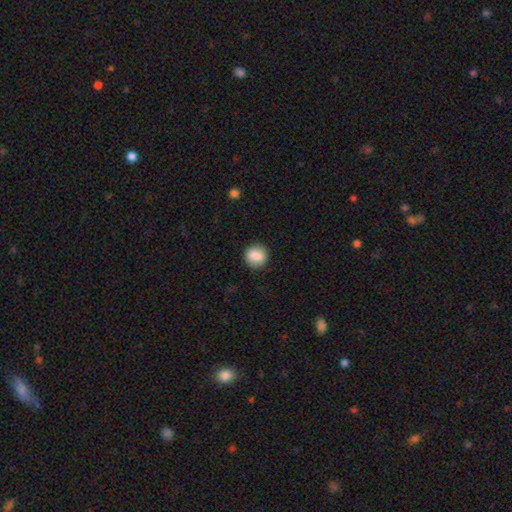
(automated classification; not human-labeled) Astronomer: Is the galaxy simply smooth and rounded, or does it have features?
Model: smooth — 85%.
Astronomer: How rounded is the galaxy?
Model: round — 84%.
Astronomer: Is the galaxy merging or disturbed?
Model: none — 86%.